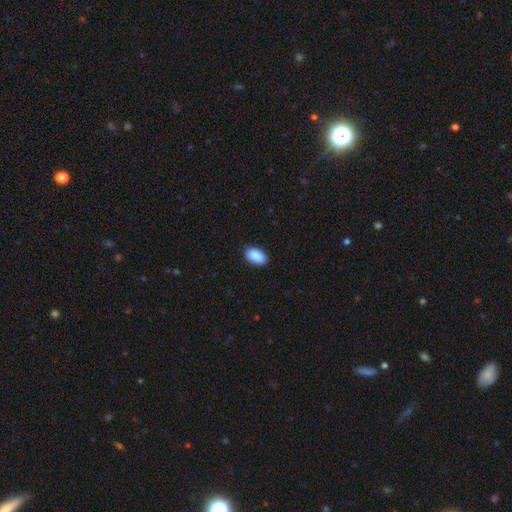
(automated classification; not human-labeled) A smooth galaxy with no disk features (90%) that is in between round and cigar-shaped (94%). Merging: none (89%).